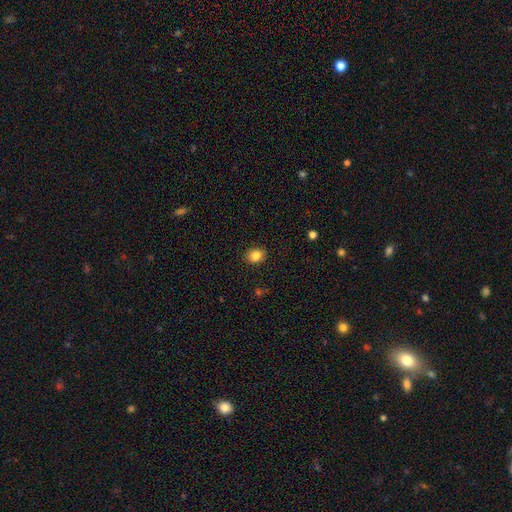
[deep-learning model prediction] Morphology: type=smooth (85%); roundness=round (54%); merging=none (89%).